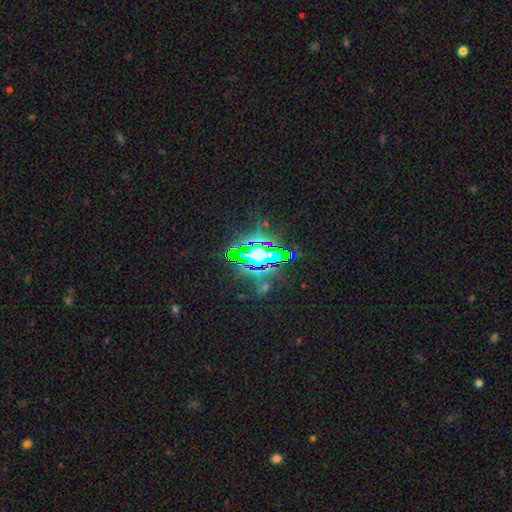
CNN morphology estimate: Smooth or featured: star or artifact — 71% (smooth — 16%)